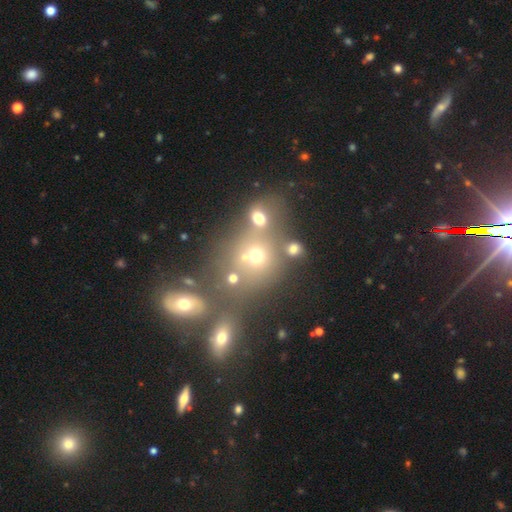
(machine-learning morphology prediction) smooth_or_featured: smooth (p=0.56) [alt: star or artifact p=0.24]
how_rounded: round (p=0.70) [alt: in between p=0.28]
merging: none (p=0.45) [alt: merger p=0.39]